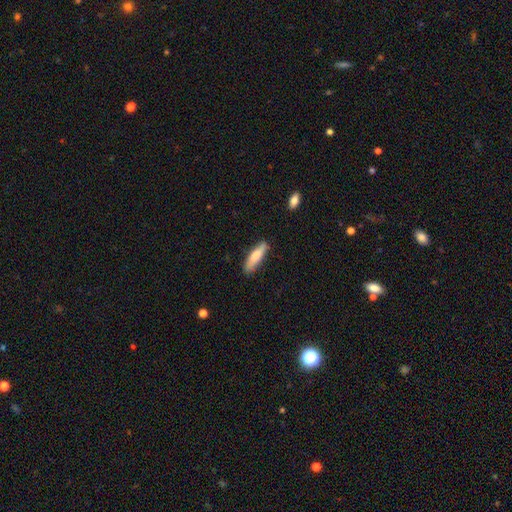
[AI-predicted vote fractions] Q: Smooth or featured?
A: smooth (76%); runner-up: featured or disk (18%)
Q: How rounded?
A: cigar-shaped (69%); runner-up: in between (30%)
Q: Merging?
A: none (83%); runner-up: minor disturbance (14%)